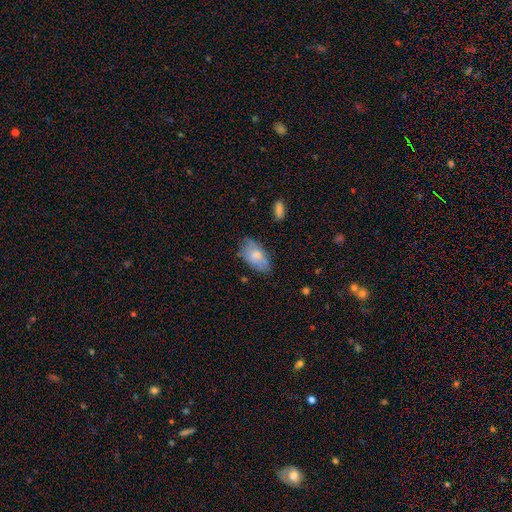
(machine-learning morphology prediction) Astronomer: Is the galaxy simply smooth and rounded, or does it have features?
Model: smooth — 68%.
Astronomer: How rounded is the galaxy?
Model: in between — 93%.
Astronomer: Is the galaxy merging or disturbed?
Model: none — 63%.